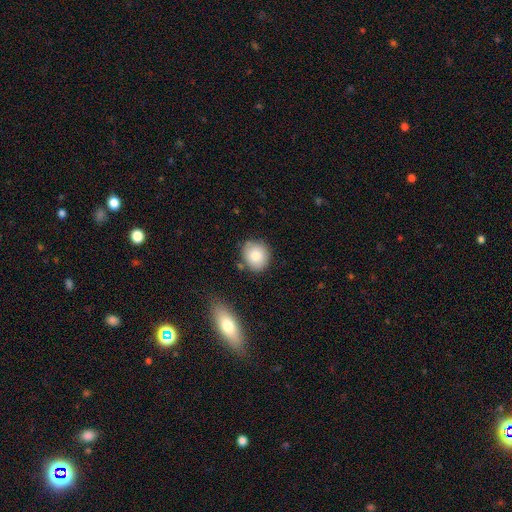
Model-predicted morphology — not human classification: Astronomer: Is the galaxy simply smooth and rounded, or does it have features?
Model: smooth — 82%.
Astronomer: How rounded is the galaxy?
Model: round — 78%.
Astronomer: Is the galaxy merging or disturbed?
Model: none — 78%.